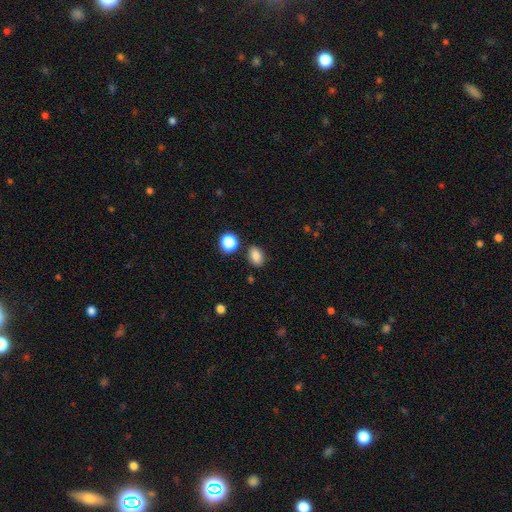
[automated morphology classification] This appears to be a smooth galaxy with no disk features (84%) that is in between round and cigar-shaped (75%). Merging: none (83%).